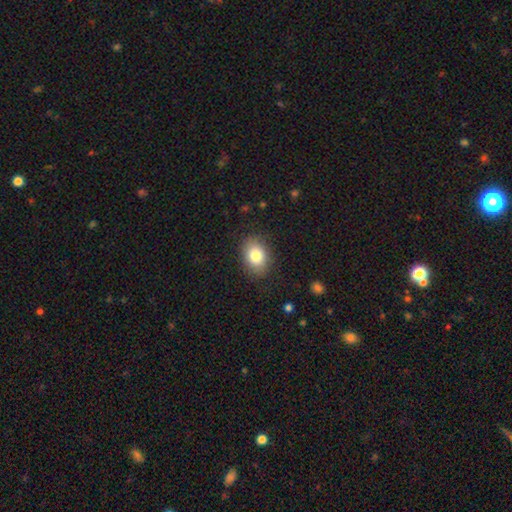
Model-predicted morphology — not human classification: This is clearly a smooth galaxy (83%). How rounded: likely in between (72%). Merging: clearly none (85%).